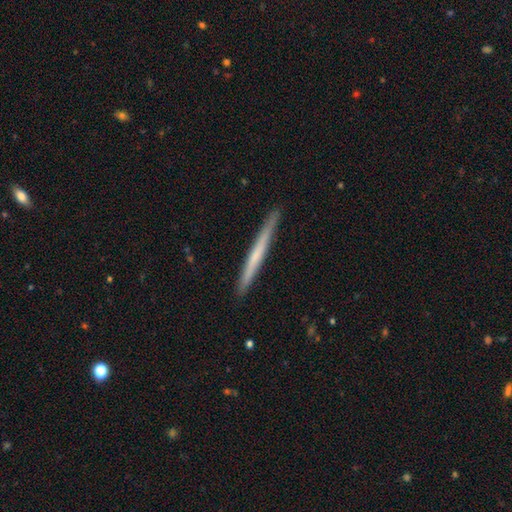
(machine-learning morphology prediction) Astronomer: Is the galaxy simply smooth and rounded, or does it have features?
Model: smooth — 51% (runner-up: featured or disk, 44%).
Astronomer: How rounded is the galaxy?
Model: cigar-shaped — 97%.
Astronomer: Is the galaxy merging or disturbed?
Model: none — 91%.